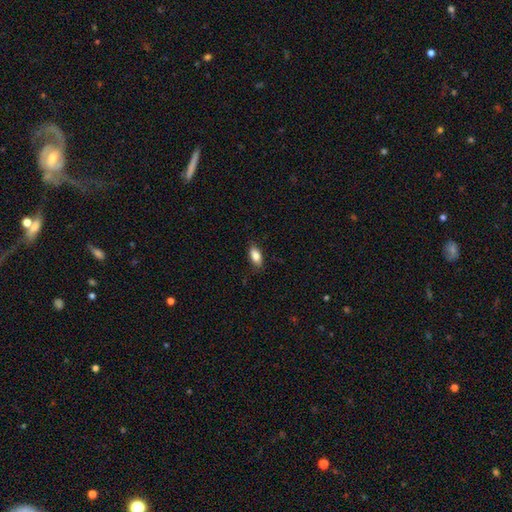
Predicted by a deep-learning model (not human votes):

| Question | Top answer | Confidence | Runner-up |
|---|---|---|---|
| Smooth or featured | smooth | 84% | featured or disk (8%) |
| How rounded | in between | 88% | cigar-shaped (8%) |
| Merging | none | 83% | minor disturbance (13%) |